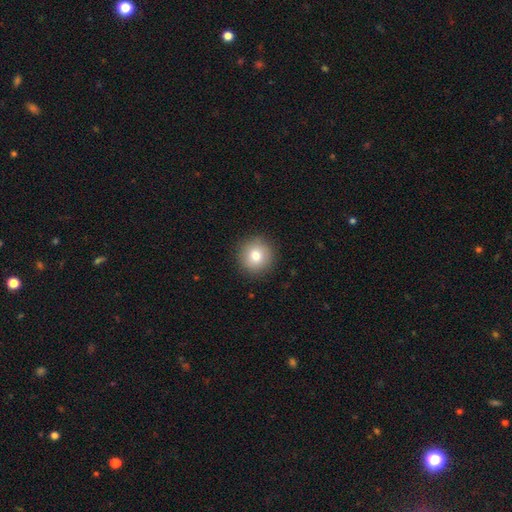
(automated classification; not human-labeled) A smooth galaxy with no disk features (78%) that is round (94%).

Vote fractions:
- Smooth or featured? smooth: 78% / featured or disk: 11% / star or artifact: 11%
- How rounded? round: 94% / in between: 5% / cigar-shaped: 1%
- Merging? none: 90% / minor disturbance: 7% / major disturbance: 2% / merger: 1%